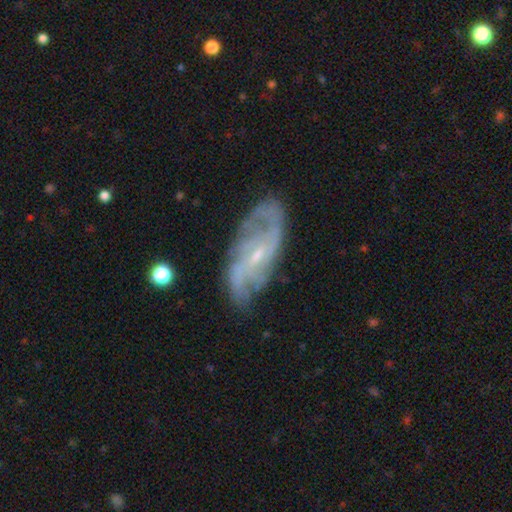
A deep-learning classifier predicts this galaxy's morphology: Smooth or featured: featured or disk — 82% (smooth — 11%)
Edge-on disk: no — 93% (yes — 7%)
Bar: weak — 47% (no — 36%)
Spiral arms: yes — 91% (no — 9%)
Spiral winding: medium — 43% (loose — 32%)
Spiral arm count: 2 — 53% (can't tell — 24%)
Bulge size: small — 77% (moderate — 18%)
Merging: none — 71% (minor disturbance — 20%)